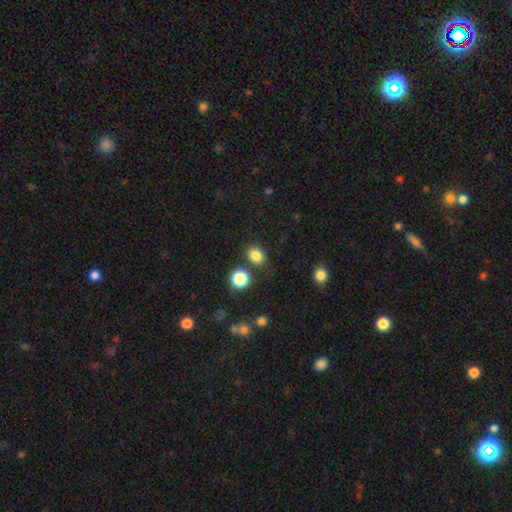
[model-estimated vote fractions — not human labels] A smooth galaxy with no disk features (81%) that is in between round and cigar-shaped (50%).

Vote fractions:
- Smooth or featured? smooth: 81% / star or artifact: 13% / featured or disk: 6%
- How rounded? in between: 50% / round: 49% / cigar-shaped: 1%
- Merging? none: 77% / minor disturbance: 12% / merger: 7% / major disturbance: 4%